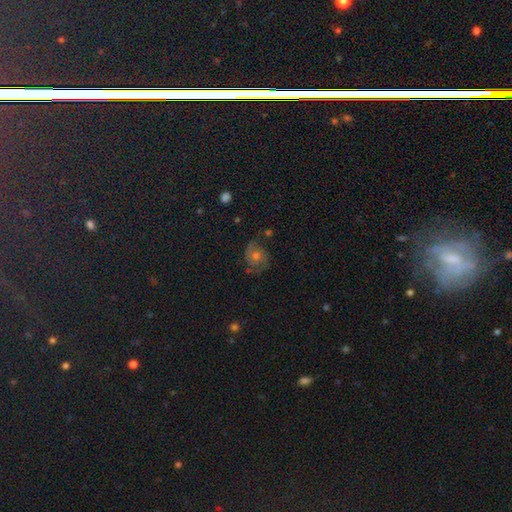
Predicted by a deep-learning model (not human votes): This is likely a featured or disk galaxy (61%). It is clearly not viewed edge-on (97%). Bar: likely no (77%). Spiral arm pattern: clearly yes (90%). Spiral arm count: likely 2 (70%). Spiral winding: marginally medium (45%). Central bulge: possibly moderate (58%). Merging: likely none (73%).